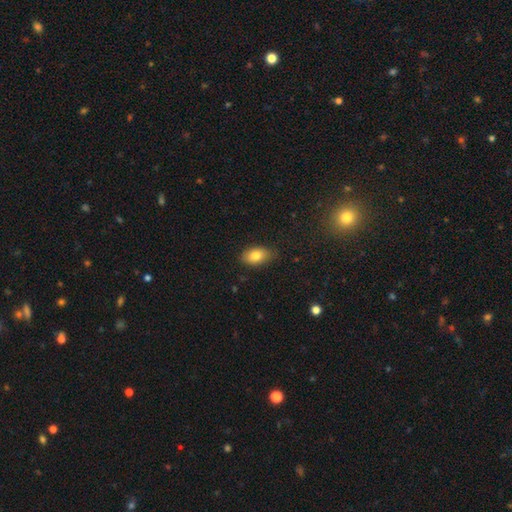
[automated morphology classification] The model was most divided on "merging": none: 80%, minor disturbance: 17%, major disturbance: 3%, merger: 1%. More confident: how rounded — in between (89%); smooth or featured — smooth (81%).